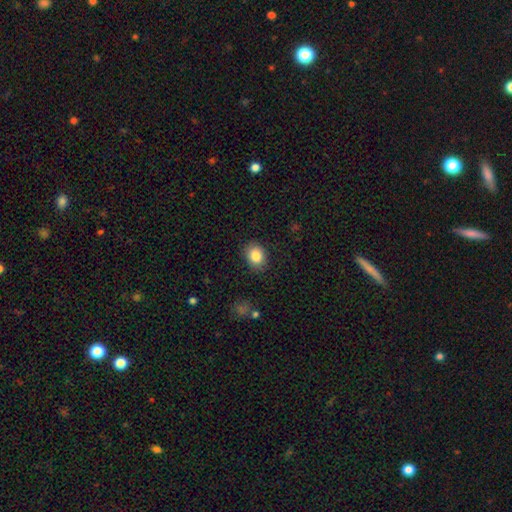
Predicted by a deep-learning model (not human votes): Smooth or featured? Predicted: smooth (p=0.85). How rounded? Predicted: in between (p=0.51). Merging? Predicted: none (p=0.86).